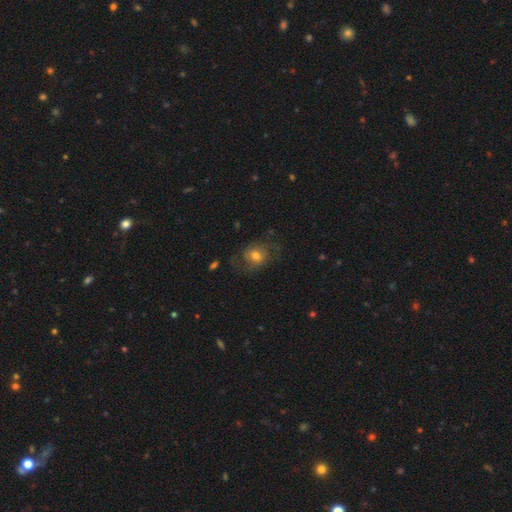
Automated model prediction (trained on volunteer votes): A smooth galaxy with no disk features (49%).

Vote fractions:
- Smooth or featured? smooth: 49% / featured or disk: 38% / star or artifact: 13%
- Merging? none: 60% / minor disturbance: 21% / major disturbance: 18% / merger: 2%